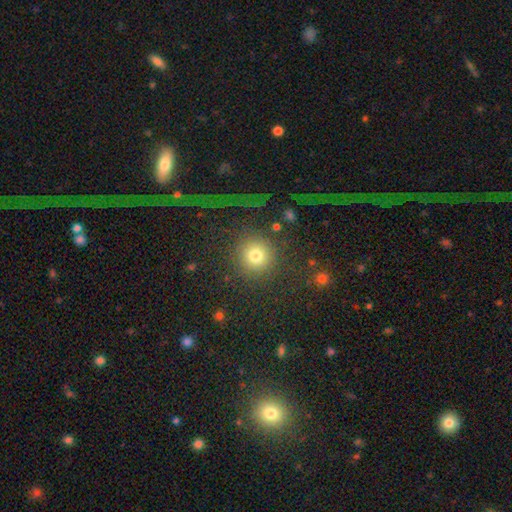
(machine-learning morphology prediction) This is likely a smooth galaxy (72%). How rounded: clearly round (92%). Merging: likely none (74%).